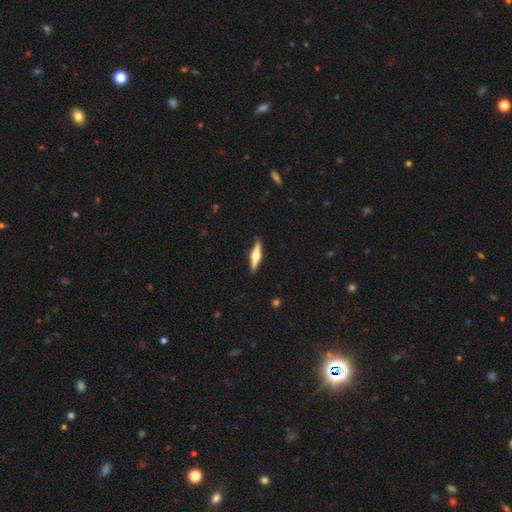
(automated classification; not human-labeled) smooth-or-featured: featured or disk: 66% | smooth: 29% | star or artifact: 5%
  disk-edge-on: yes: 97% | no: 3%
    edge-on-bulge: rounded: 94% | boxy: 5% | none: 2%
  merging: none: 89% | minor disturbance: 8% | major disturbance: 2% | merger: 1%